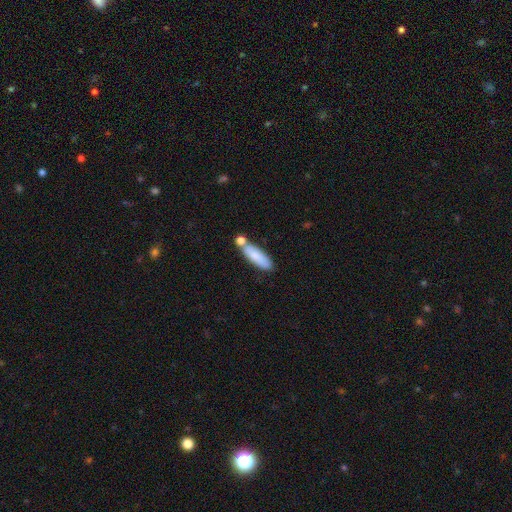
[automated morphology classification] Overall: smooth (82%). How rounded: cigar-shaped (50%; in between 48%). Merging: none (61%).